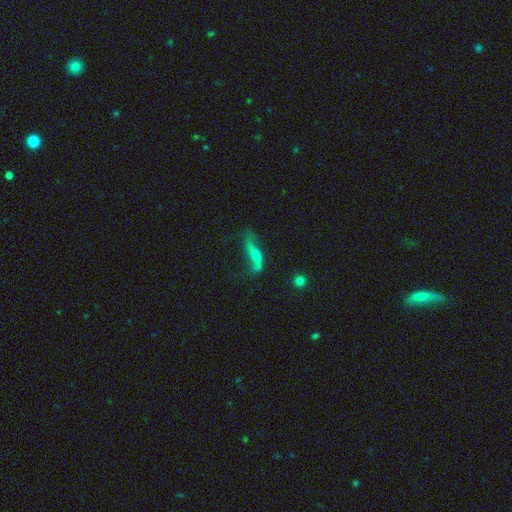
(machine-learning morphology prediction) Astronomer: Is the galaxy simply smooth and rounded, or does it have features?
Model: smooth — 47% (runner-up: featured or disk, 41%).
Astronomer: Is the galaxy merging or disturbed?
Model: none — 35% (runner-up: major disturbance, 33%).